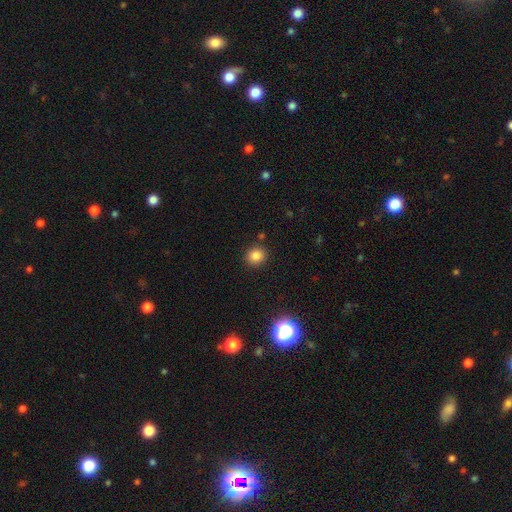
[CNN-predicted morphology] smooth-or-featured: smooth: 84% | star or artifact: 12% | featured or disk: 4%
  how-rounded: round: 85% | in between: 14% | cigar-shaped: 1%
  merging: none: 88% | minor disturbance: 7% | merger: 2% | major disturbance: 2%